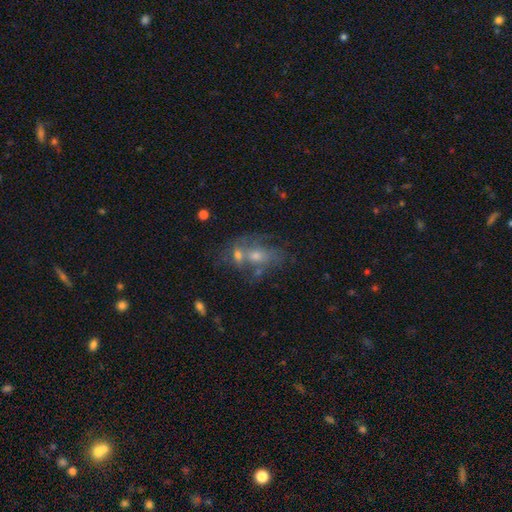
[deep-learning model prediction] A featured or disk galaxy (47%). Merging: merger (46%).